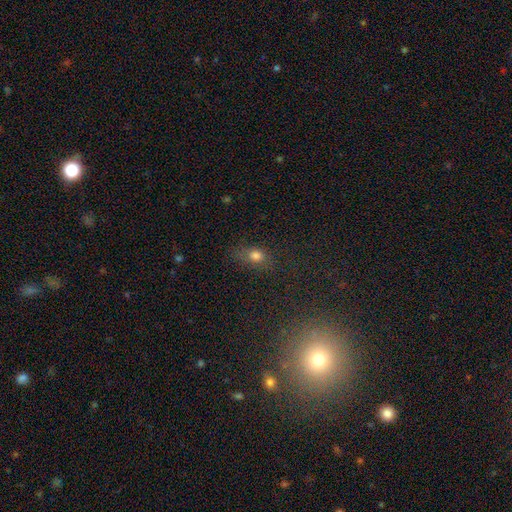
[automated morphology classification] A smooth galaxy with no disk features (75%) that is in between round and cigar-shaped (59%). Merging: none (67%).